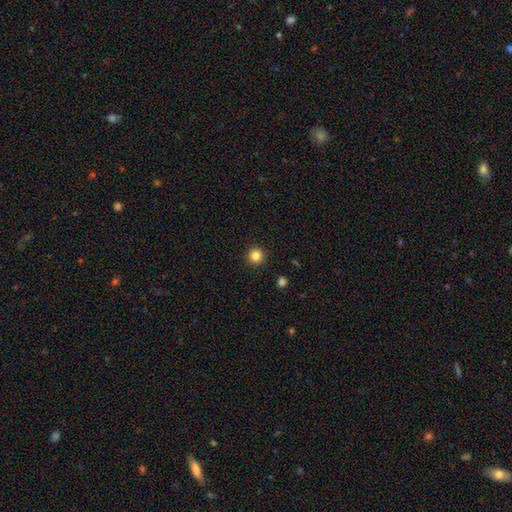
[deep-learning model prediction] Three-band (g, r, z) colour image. It shows a smooth galaxy with no disk features (85%) that is round (96%). Merging: none (93%).